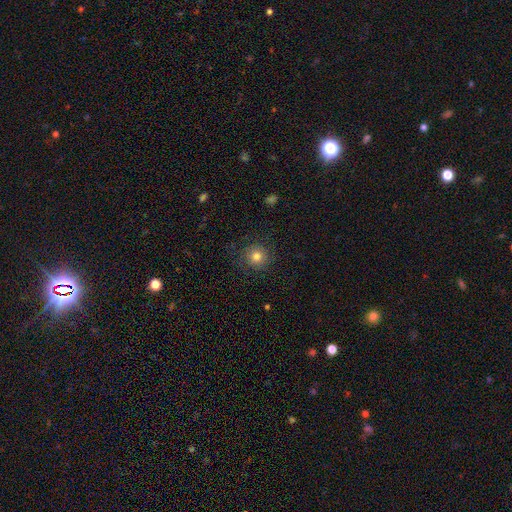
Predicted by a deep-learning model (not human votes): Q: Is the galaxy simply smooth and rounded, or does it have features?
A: smooth — 72%.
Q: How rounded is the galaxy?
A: round — 93%.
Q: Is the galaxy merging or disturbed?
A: none — 83%.